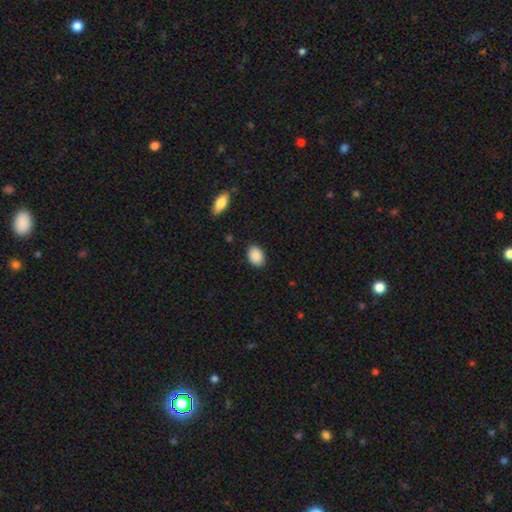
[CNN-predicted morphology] smooth_or_featured: smooth (p=0.90) [alt: star or artifact p=0.07]
how_rounded: in between (p=0.78) [alt: round p=0.21]
merging: none (p=0.87) [alt: minor disturbance p=0.10]